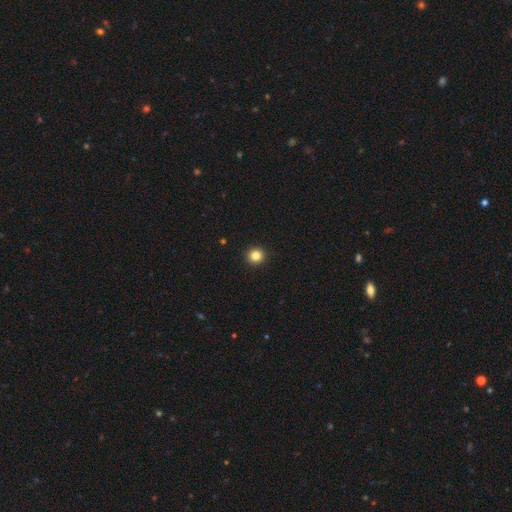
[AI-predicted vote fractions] smooth-or-featured: smooth: 84% | star or artifact: 11% | featured or disk: 5%
  how-rounded: round: 93% | in between: 6% | cigar-shaped: 1%
  merging: none: 93% | minor disturbance: 4% | major disturbance: 1% | merger: 1%